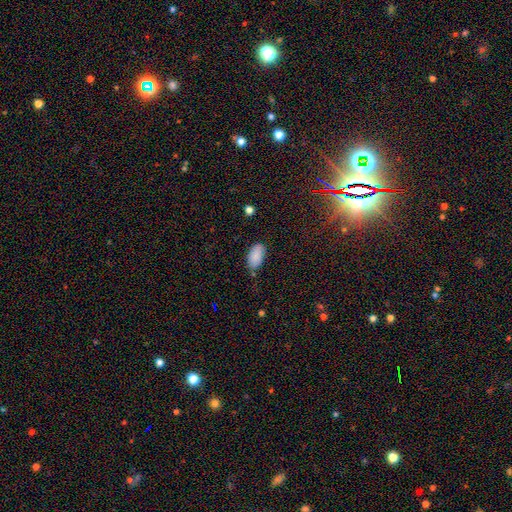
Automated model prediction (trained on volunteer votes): Smooth or featured?
  - smooth: 87% *
  - star or artifact: 7%
  - featured or disk: 6%
How rounded?
  - in between: 95% *
  - round: 3%
  - cigar-shaped: 2%
Merging?
  - none: 72% *
  - minor disturbance: 21%
  - major disturbance: 4%
  - merger: 3%